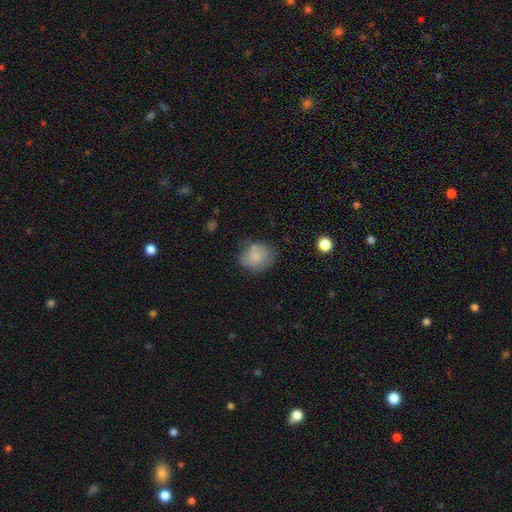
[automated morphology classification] This is clearly a smooth galaxy (81%). How rounded: likely round (61%). Merging: likely none (67%).